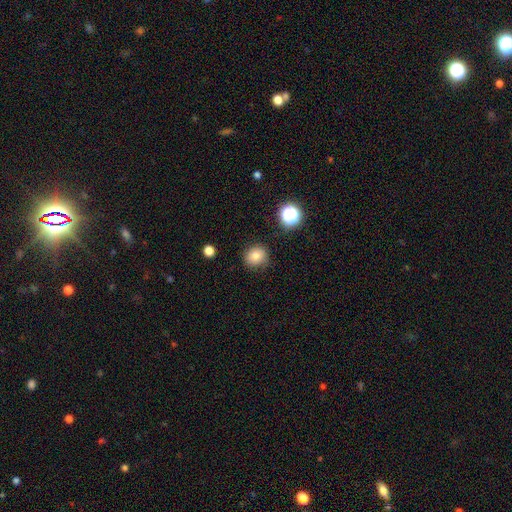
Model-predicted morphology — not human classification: Q: Smooth or featured?
A: smooth (80%); runner-up: star or artifact (13%)
Q: How rounded?
A: round (84%); runner-up: in between (15%)
Q: Merging?
A: none (84%); runner-up: minor disturbance (11%)